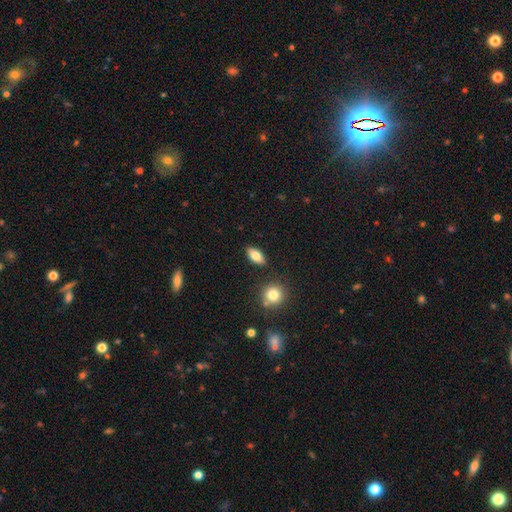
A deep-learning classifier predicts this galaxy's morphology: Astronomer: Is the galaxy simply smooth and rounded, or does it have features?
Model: smooth — 75%.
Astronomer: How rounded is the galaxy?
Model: in between — 84%.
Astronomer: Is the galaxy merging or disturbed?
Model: none — 86%.